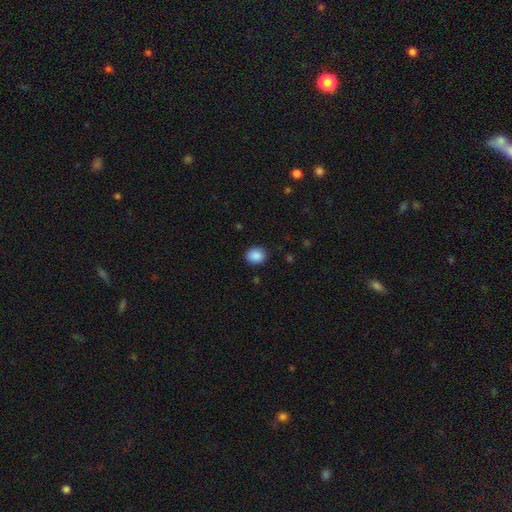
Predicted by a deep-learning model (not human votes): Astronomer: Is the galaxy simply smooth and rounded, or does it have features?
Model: smooth — 89%.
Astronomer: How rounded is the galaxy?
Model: round — 61% (runner-up: in between, 38%).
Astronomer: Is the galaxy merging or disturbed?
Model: none — 89%.